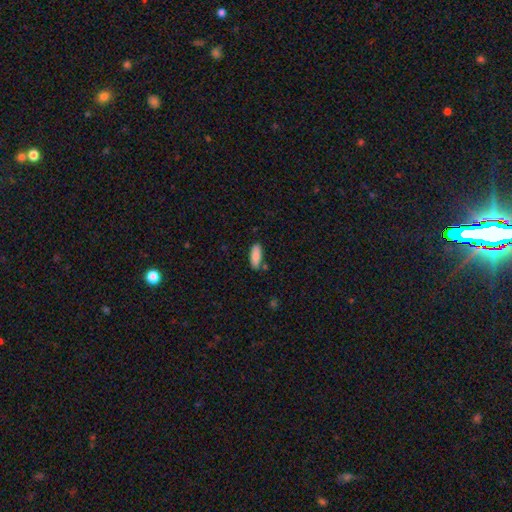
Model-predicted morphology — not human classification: smooth_or_featured: smooth (p=0.88) [alt: star or artifact p=0.06]
how_rounded: in between (p=0.71) [alt: cigar-shaped p=0.27]
merging: none (p=0.82) [alt: minor disturbance p=0.12]